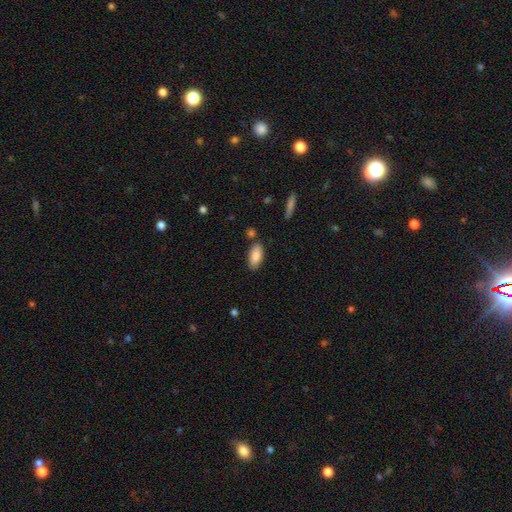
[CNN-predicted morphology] This appears to be a smooth galaxy with no disk features (85%) that is in between round and cigar-shaped (89%). Merging: none (81%).